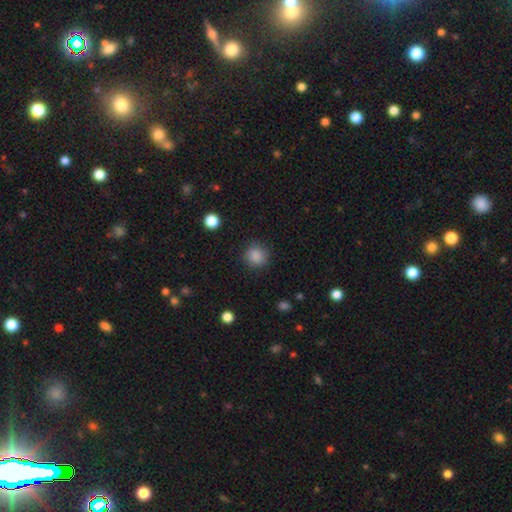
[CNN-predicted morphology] smooth-or-featured: smooth: 86% | star or artifact: 11% | featured or disk: 3%
  how-rounded: round: 89% | in between: 10% | cigar-shaped: 1%
  merging: none: 87% | minor disturbance: 9% | major disturbance: 3% | merger: 1%